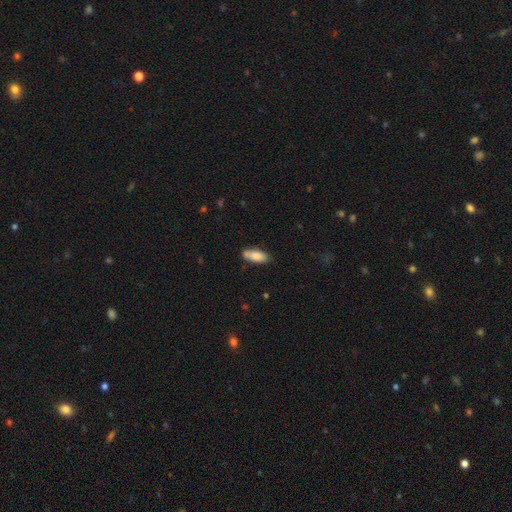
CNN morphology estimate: smooth 83%, featured or disk 11%, star or artifact 6%. Down the decision tree: how rounded — in between (78%); merging — none (73%).